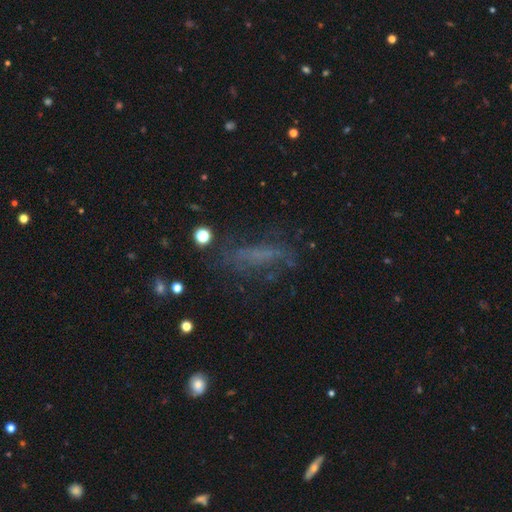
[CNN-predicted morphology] Smooth or featured?
  - featured or disk: 38% *
  - smooth: 37%
  - star or artifact: 25%
Merging?
  - none: 58% *
  - minor disturbance: 21%
  - major disturbance: 17%
  - merger: 4%